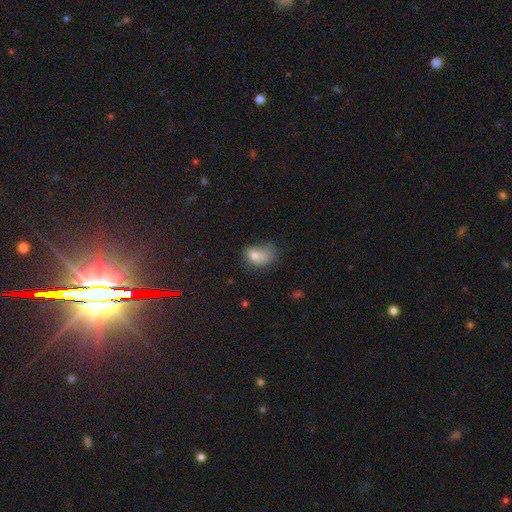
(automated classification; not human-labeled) This is likely a smooth galaxy (73%). How rounded: likely in between (73%). Merging: marginally minor disturbance (33%).